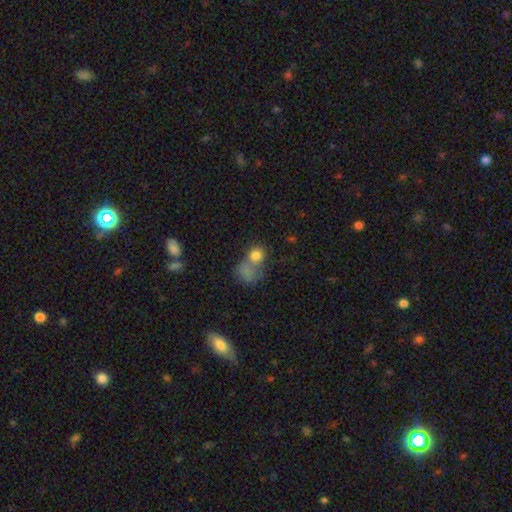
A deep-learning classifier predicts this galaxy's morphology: The model was most divided on "merging": merger: 44%, none: 34%, major disturbance: 12%, minor disturbance: 11%. More confident: smooth or featured — smooth (75%); how rounded — round (70%).